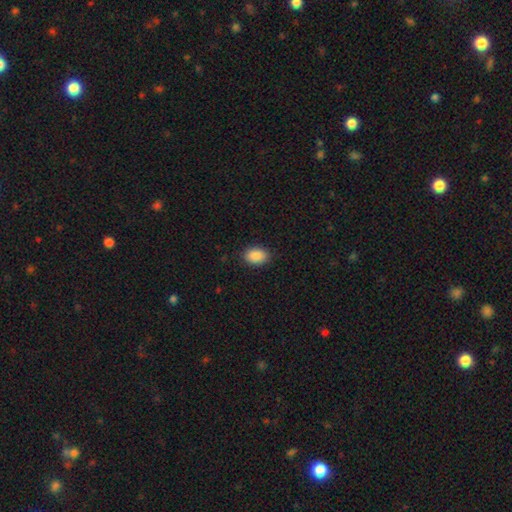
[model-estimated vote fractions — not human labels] This is clearly a smooth galaxy (90%). How rounded: clearly in between (84%). Merging: clearly none (87%).